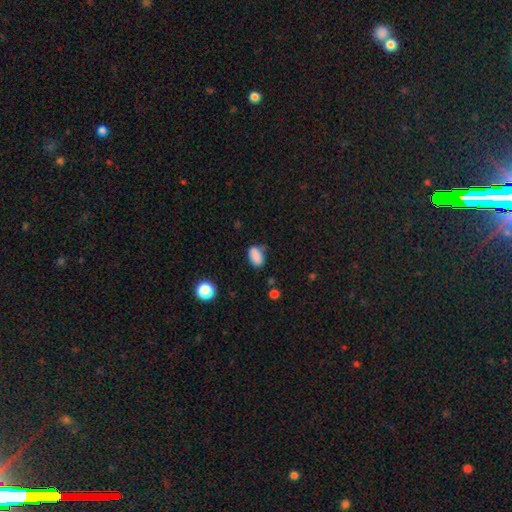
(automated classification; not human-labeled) Smooth or featured: smooth — 87% (star or artifact — 10%)
How rounded: in between — 88% (round — 10%)
Merging: none — 69% (minor disturbance — 23%)